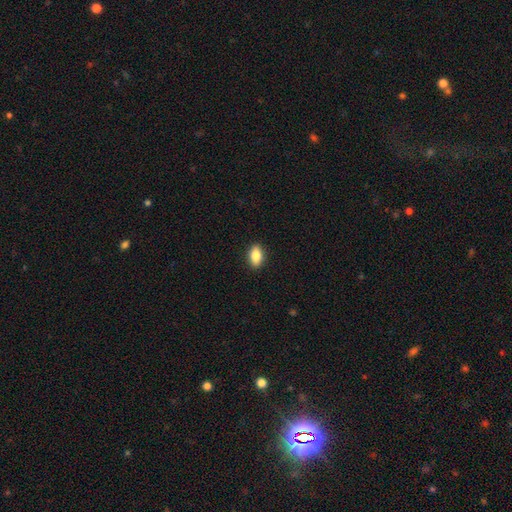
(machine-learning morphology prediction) Smooth or featured: smooth — 84% (featured or disk — 8%)
How rounded: in between — 88% (round — 9%)
Merging: none — 91% (minor disturbance — 7%)